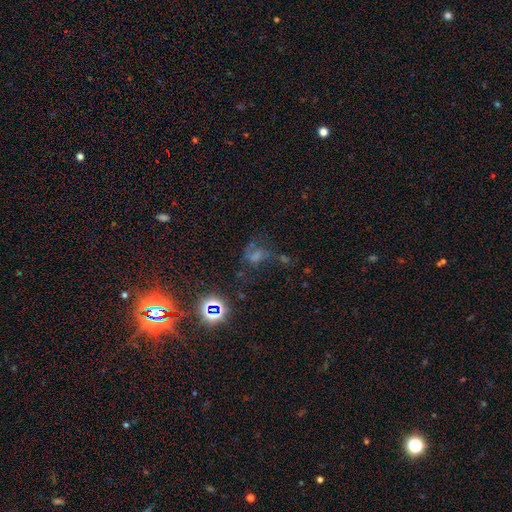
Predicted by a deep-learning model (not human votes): smooth_or_featured: star or artifact (p=0.48) [alt: featured or disk p=0.30]